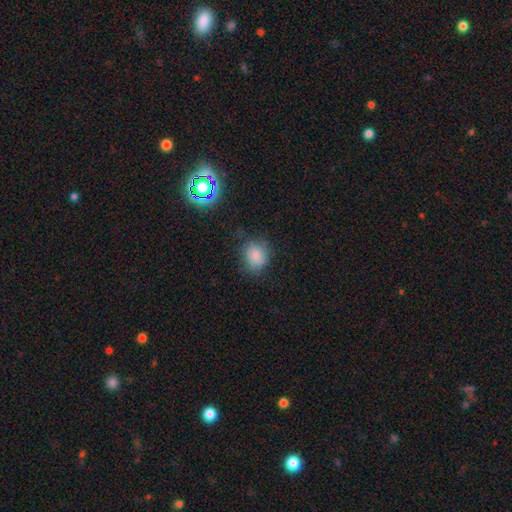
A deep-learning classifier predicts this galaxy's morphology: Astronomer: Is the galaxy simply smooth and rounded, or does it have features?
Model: smooth — 78%.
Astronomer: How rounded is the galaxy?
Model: round — 68%.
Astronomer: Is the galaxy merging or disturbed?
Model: none — 66%.